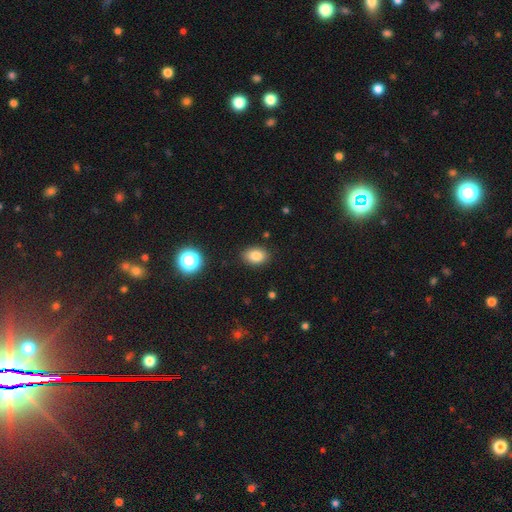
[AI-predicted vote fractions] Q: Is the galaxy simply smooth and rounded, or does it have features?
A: smooth — 83%.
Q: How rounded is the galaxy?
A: in between — 74%.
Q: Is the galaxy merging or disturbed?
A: none — 87%.